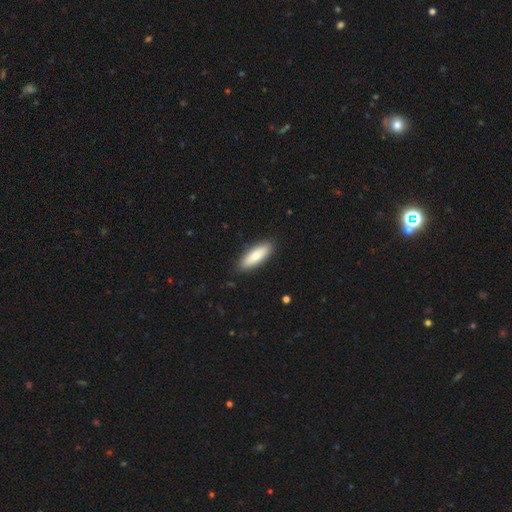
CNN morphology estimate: smooth-or-featured: smooth: 79% | featured or disk: 15% | star or artifact: 5%
  how-rounded: in between: 57% | cigar-shaped: 41% | round: 2%
  merging: none: 89% | minor disturbance: 8% | major disturbance: 2% | merger: 1%